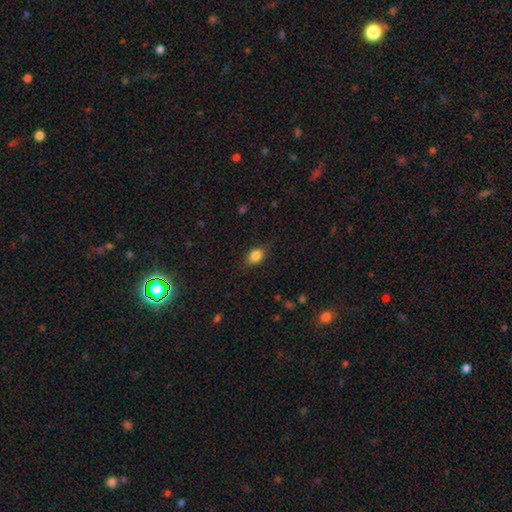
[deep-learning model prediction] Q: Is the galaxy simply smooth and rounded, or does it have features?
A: smooth — 84%.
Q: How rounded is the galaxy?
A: in between — 77%.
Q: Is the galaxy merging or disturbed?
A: none — 78%.